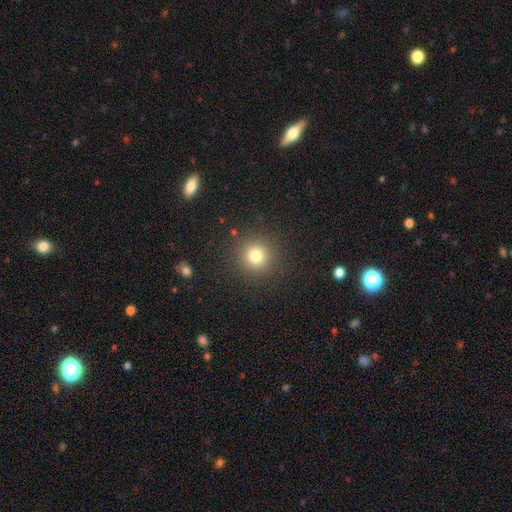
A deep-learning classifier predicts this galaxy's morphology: Smooth or featured? smooth (79%)
How rounded? round (94%)
Merging? none (90%)